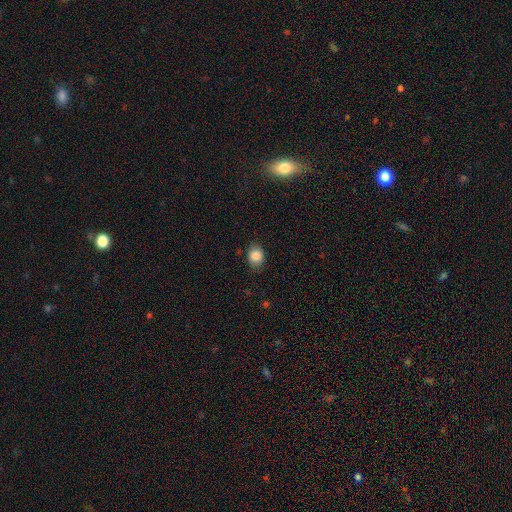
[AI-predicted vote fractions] Overall: smooth (84%). How rounded: in between (55%; round 44%). Merging: none (81%).